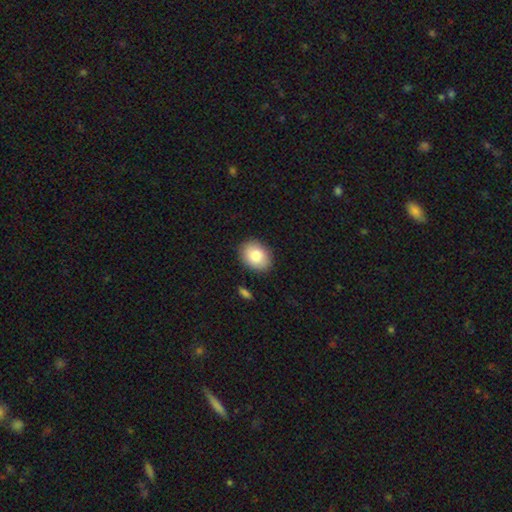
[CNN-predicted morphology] Smooth or featured? Predicted: smooth (p=0.87). How rounded? Predicted: in between (p=0.68). Merging? Predicted: none (p=0.86).